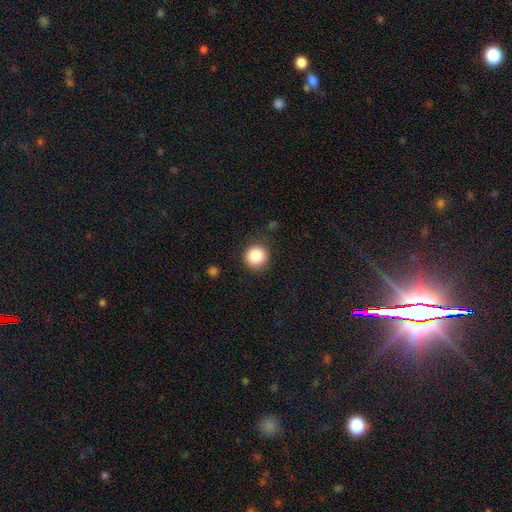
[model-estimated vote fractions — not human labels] The model was most divided on "merging": none: 86%, minor disturbance: 9%, major disturbance: 3%, merger: 1%. More confident: how rounded — round (94%); smooth or featured — smooth (87%).